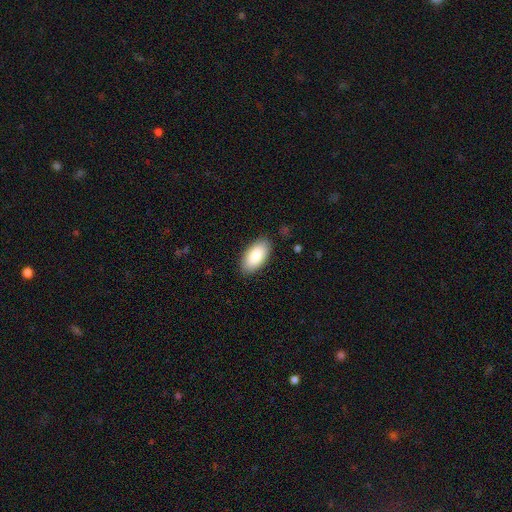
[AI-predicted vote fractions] A smooth galaxy with no disk features (85%) that is in between round and cigar-shaped (95%). Merging: none (87%).